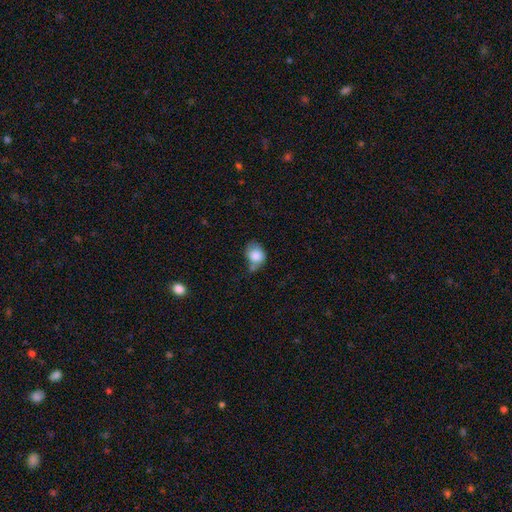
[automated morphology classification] Smooth or featured?
  - smooth: 80% *
  - featured or disk: 13%
  - star or artifact: 8%
How rounded?
  - round: 51% *
  - in between: 48%
  - cigar-shaped: 1%
Merging?
  - none: 36% *
  - minor disturbance: 32%
  - merger: 19%
  - major disturbance: 13%